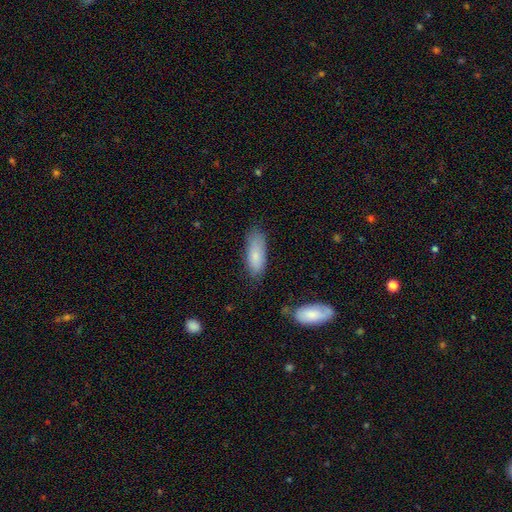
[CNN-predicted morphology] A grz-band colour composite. It shows a smooth galaxy with no disk features (81%) that is in between round and cigar-shaped (76%). Merging: none (70%).